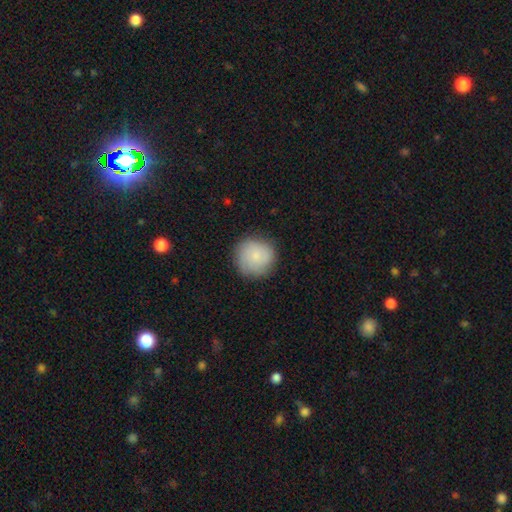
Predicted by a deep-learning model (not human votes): A smooth galaxy with no disk features (75%) that is round (92%).

Vote fractions:
- Smooth or featured? smooth: 75% / featured or disk: 18% / star or artifact: 7%
- How rounded? round: 92% / in between: 7% / cigar-shaped: 1%
- Merging? none: 83% / minor disturbance: 13% / major disturbance: 4% / merger: 1%